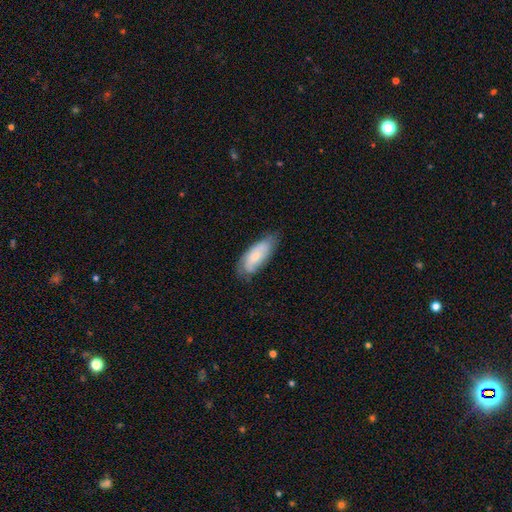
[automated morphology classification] Smooth or featured? Predicted: smooth (p=0.60). How rounded? Predicted: in between (p=0.78). Merging? Predicted: none (p=0.66).